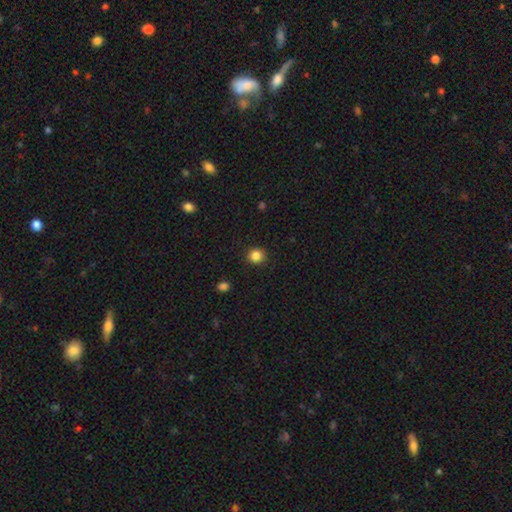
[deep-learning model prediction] smooth 85%, star or artifact 11%, featured or disk 4%. Down the decision tree: how rounded — round (90%); merging — none (91%).